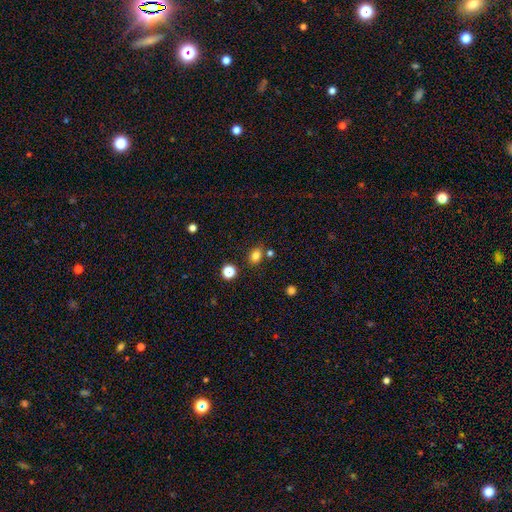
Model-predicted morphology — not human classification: This is likely a smooth galaxy (80%). How rounded: likely in between (63%). Merging: likely none (76%).